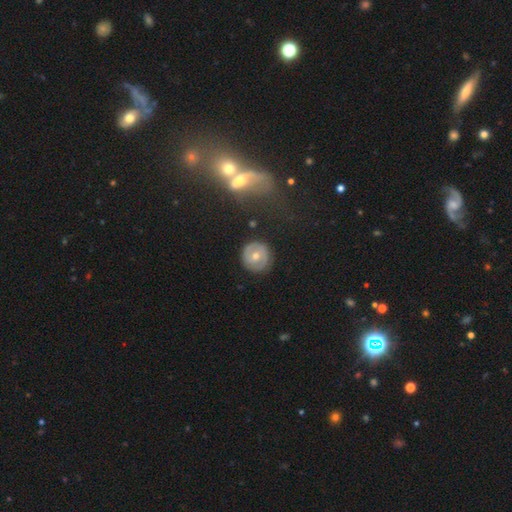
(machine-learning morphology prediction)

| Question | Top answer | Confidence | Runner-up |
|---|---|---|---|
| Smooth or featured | featured or disk | 53% | smooth (39%) |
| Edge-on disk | no | 96% | yes (4%) |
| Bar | no | 61% | weak (30%) |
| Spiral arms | yes | 57% | no (43%) |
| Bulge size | moderate | 64% | small (32%) |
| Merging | none | 86% | minor disturbance (10%) |